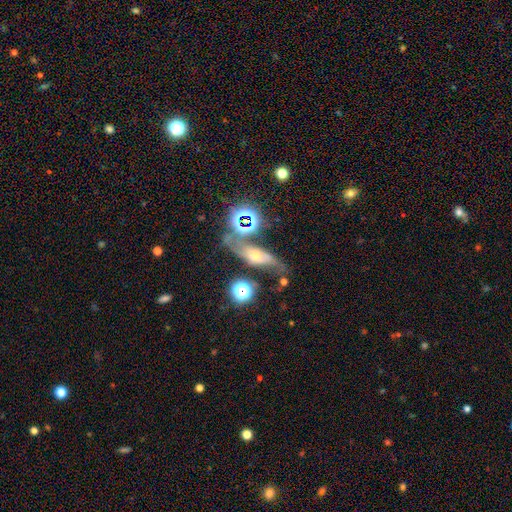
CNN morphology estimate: Smooth or featured? featured or disk (55%)
Edge-on disk? no (78%)
Merging? none (43%)